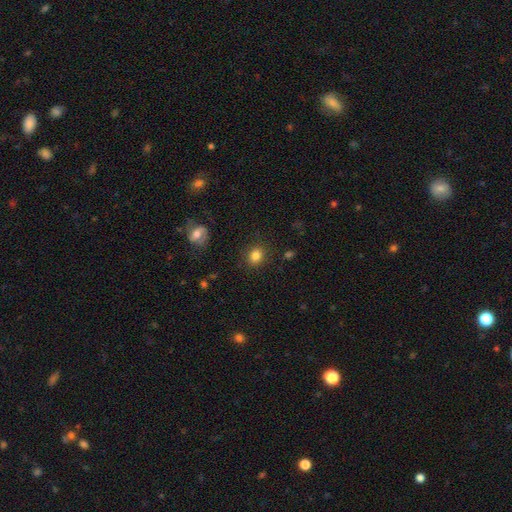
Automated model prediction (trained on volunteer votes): smooth 83%, star or artifact 10%, featured or disk 7%. Down the decision tree: how rounded — round (69%); merging — none (86%).